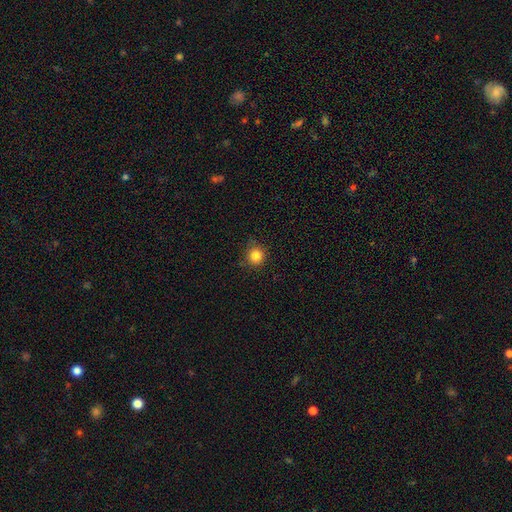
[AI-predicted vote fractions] Smooth or featured? smooth (83%)
How rounded? round (92%)
Merging? none (85%)